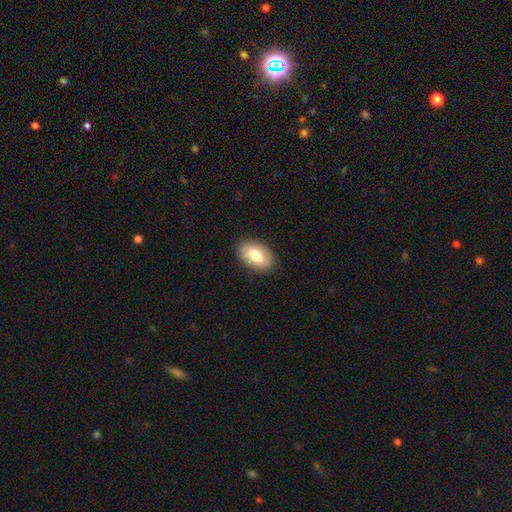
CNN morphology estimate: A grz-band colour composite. It shows a smooth galaxy with no disk features (75%) that is in between round and cigar-shaped (90%). Merging: none (86%).